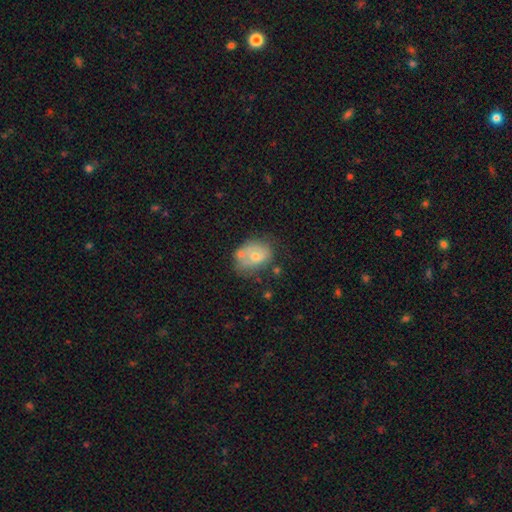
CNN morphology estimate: smooth 52%, featured or disk 40%, star or artifact 8%. Down the decision tree: how rounded — in between (61%); merging — none (41%).